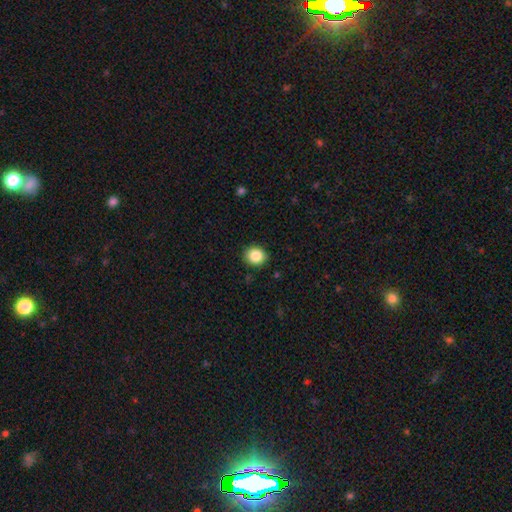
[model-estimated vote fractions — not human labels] This is clearly a smooth galaxy (86%). How rounded: clearly round (82%). Merging: clearly none (89%).